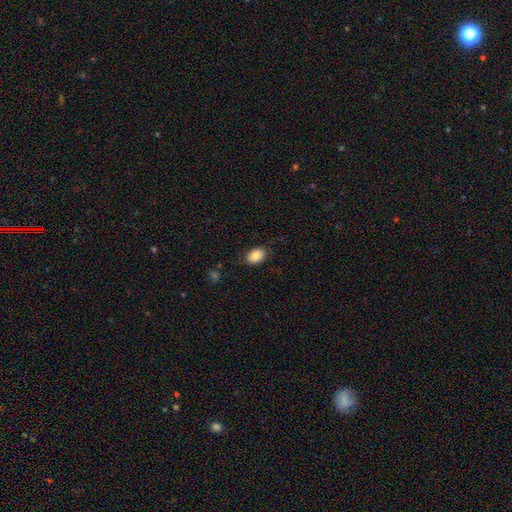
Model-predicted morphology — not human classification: type=smooth (86%); roundness=in between (81%); merging=none (84%).